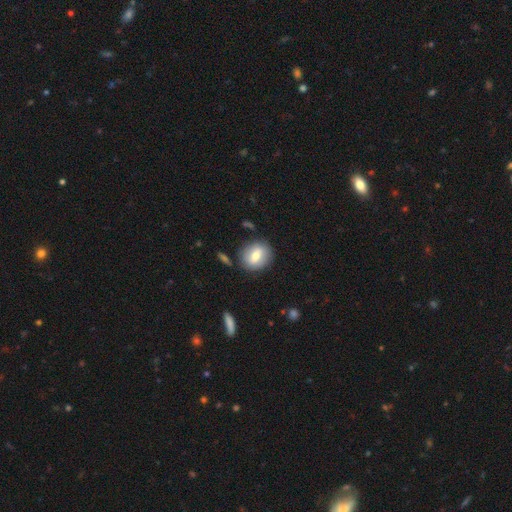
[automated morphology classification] Smooth or featured: smooth — 63% (featured or disk — 29%)
How rounded: round — 68% (in between — 30%)
Merging: none — 82% (minor disturbance — 12%)